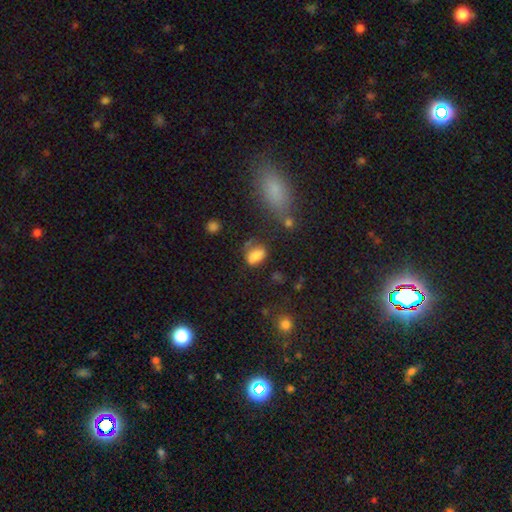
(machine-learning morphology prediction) This is likely a smooth galaxy (77%). How rounded: clearly in between (84%). Merging: possibly none (53%).